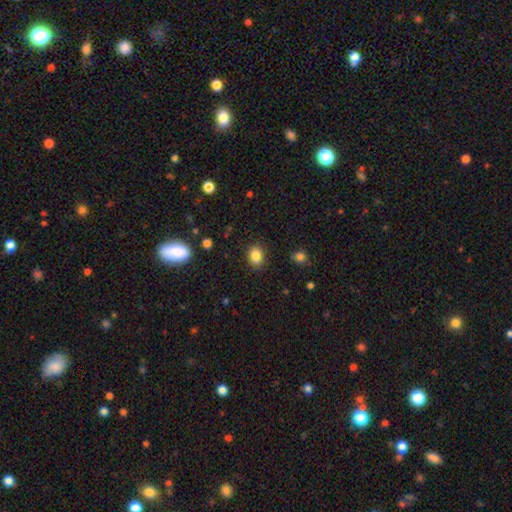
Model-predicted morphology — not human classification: smooth-or-featured: smooth: 85% | star or artifact: 10% | featured or disk: 5%
  how-rounded: in between: 55% | round: 44% | cigar-shaped: 1%
  merging: none: 88% | minor disturbance: 9% | major disturbance: 3% | merger: 1%